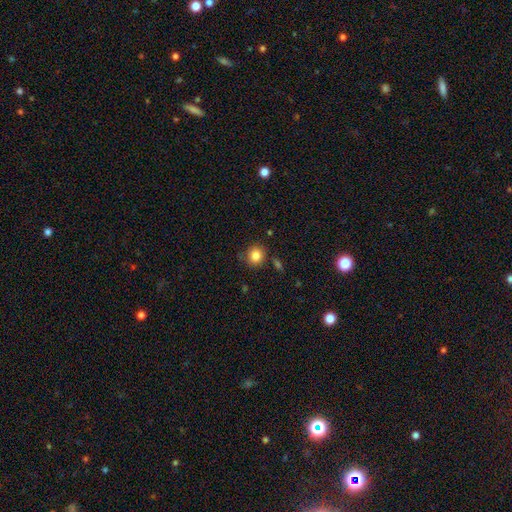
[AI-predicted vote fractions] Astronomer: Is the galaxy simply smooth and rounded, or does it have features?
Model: smooth — 84%.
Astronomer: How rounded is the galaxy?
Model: round — 85%.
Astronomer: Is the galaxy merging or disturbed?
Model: none — 80%.